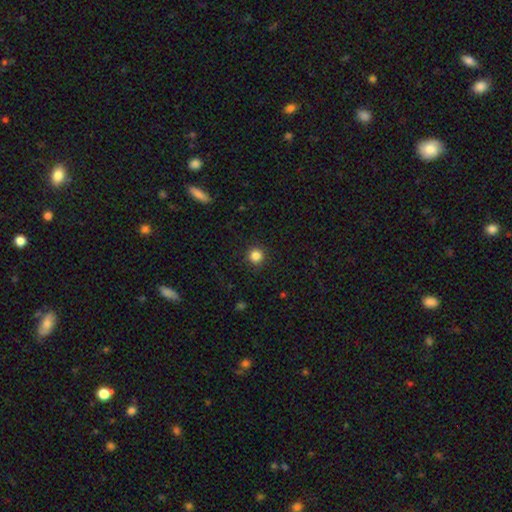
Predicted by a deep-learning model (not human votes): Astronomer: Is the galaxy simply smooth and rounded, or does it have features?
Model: smooth — 85%.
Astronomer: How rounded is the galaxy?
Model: round — 95%.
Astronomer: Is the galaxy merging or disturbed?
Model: none — 92%.